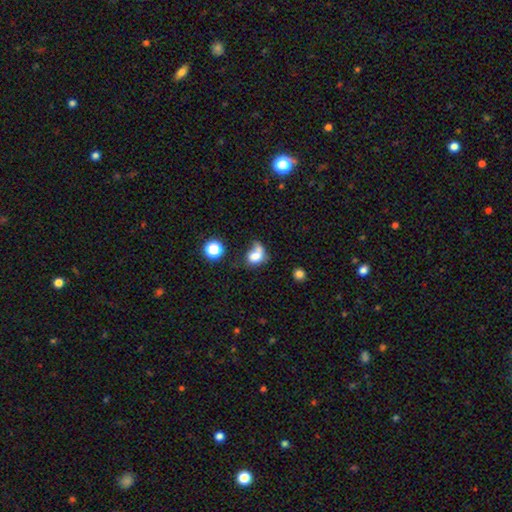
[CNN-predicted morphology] Smooth or featured? Predicted: smooth (p=0.69). How rounded? Predicted: in between (p=0.59). Merging? Predicted: major disturbance (p=0.28).